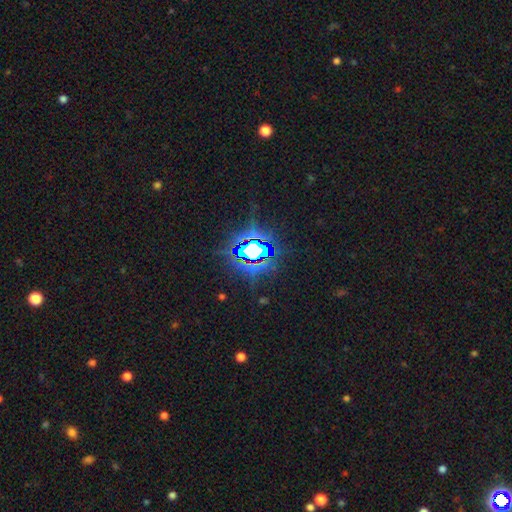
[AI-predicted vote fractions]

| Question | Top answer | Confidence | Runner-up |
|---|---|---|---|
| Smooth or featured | star or artifact | 78% | smooth (11%) |